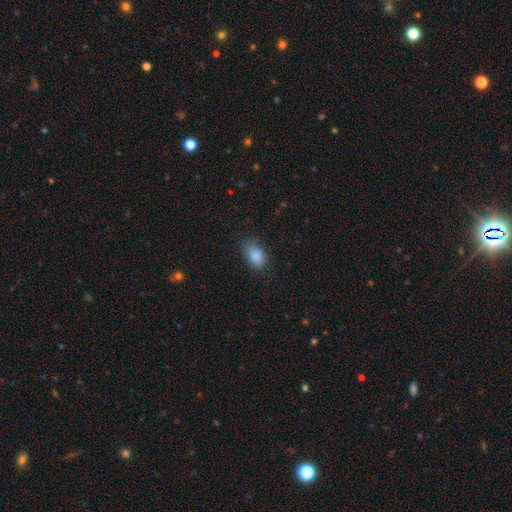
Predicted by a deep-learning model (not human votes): Q: Smooth or featured?
A: smooth (87%); runner-up: star or artifact (8%)
Q: How rounded?
A: in between (88%); runner-up: round (10%)
Q: Merging?
A: none (76%); runner-up: minor disturbance (18%)